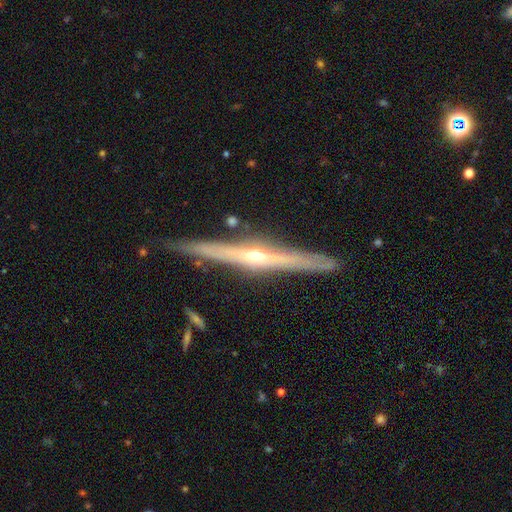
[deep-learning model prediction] This appears to be a featured or disk galaxy (82%) viewed edge-on (97%) with a rounded central bulge (86%). Merging: none (87%).